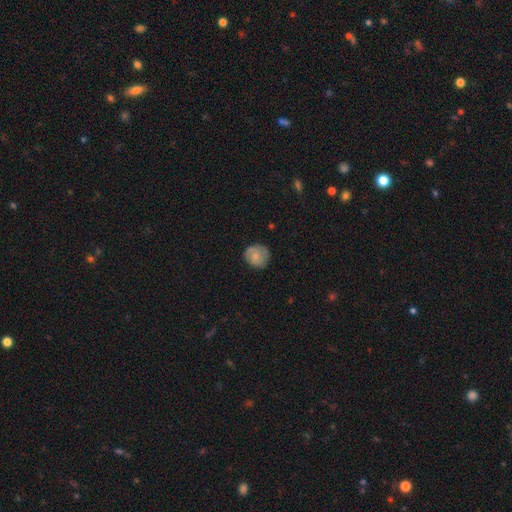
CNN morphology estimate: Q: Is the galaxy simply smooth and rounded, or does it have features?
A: smooth — 65%.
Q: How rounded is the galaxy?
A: round — 86%.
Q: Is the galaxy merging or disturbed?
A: none — 77%.